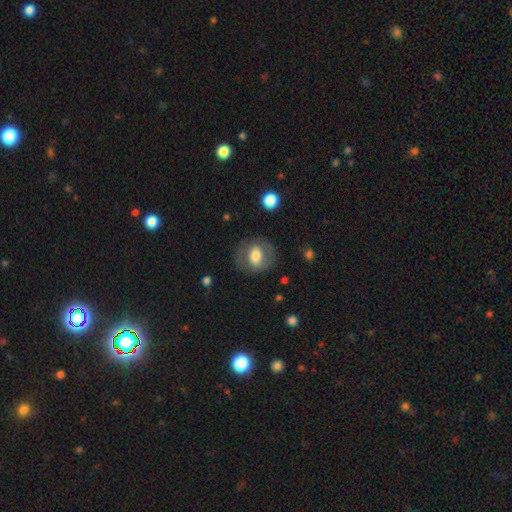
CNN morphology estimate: Smooth or featured? smooth (56%)
How rounded? round (58%)
Merging? none (76%)